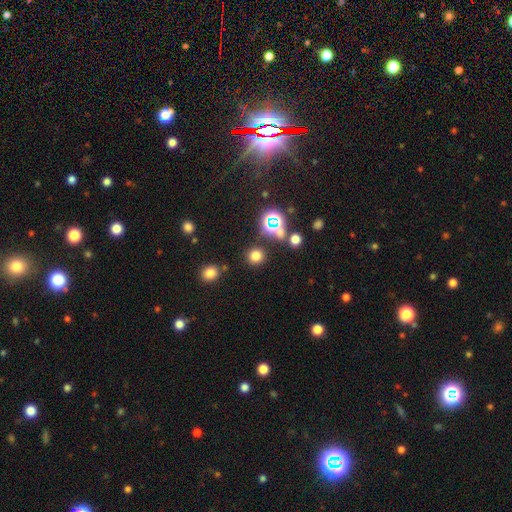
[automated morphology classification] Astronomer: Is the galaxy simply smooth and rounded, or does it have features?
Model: smooth — 71%.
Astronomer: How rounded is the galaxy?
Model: round — 91%.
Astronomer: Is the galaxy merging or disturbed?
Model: none — 85%.